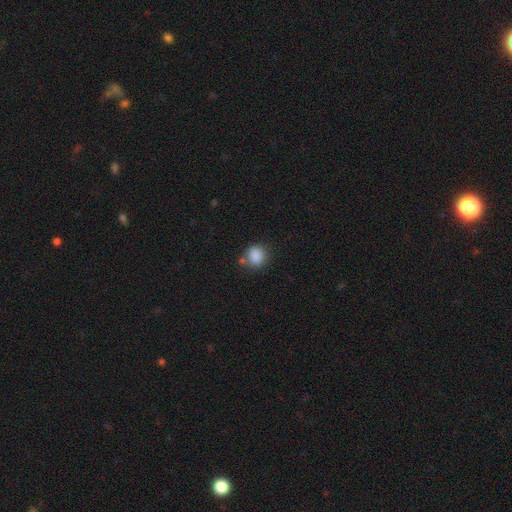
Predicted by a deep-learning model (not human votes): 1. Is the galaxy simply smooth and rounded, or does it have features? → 86% smooth, 9% star or artifact, 4% featured or disk.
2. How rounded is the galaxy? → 69% round, 30% in between, 1% cigar-shaped.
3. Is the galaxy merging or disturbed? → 71% none, 16% minor disturbance, 8% merger, 5% major disturbance.